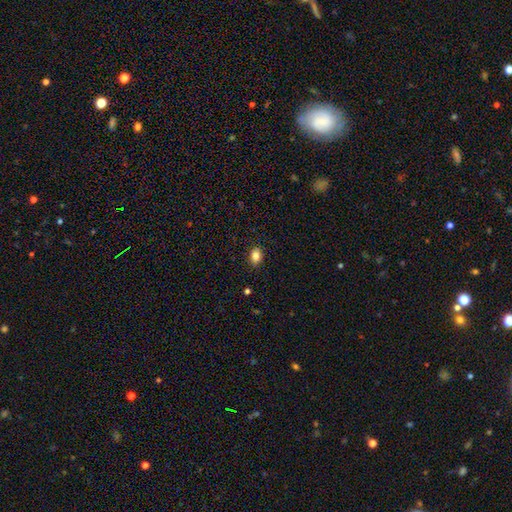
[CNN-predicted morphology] type=smooth (85%); roundness=in between (71%); merging=none (89%).